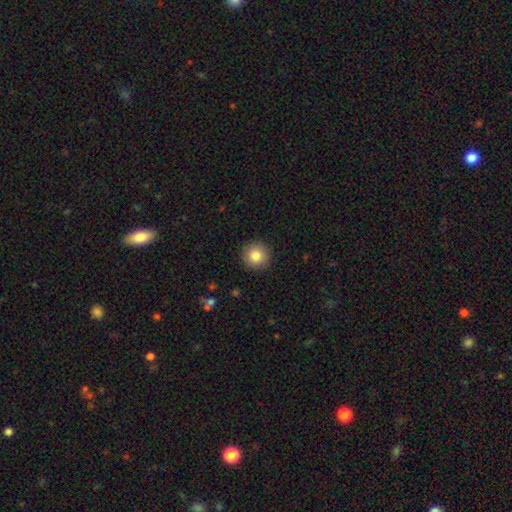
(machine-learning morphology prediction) Overall: smooth (83%). How rounded: round (95%). Merging: none (92%).